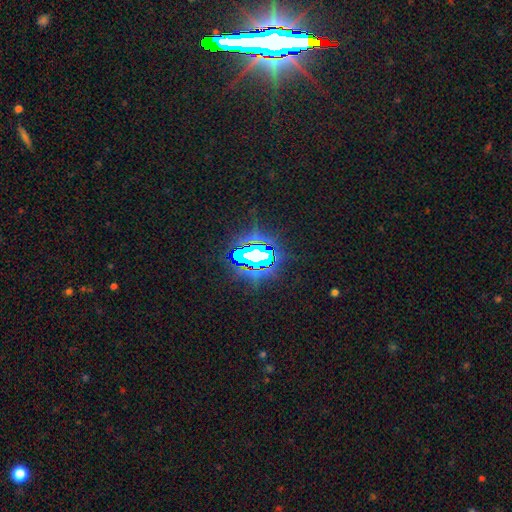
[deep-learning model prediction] Smooth or featured: star or artifact — 74% (smooth — 13%)